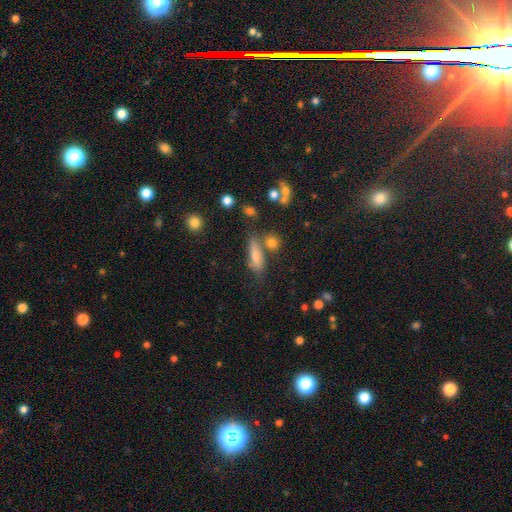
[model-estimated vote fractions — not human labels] Smooth or featured? smooth (65%)
How rounded? cigar-shaped (58%)
Merging? none (62%)